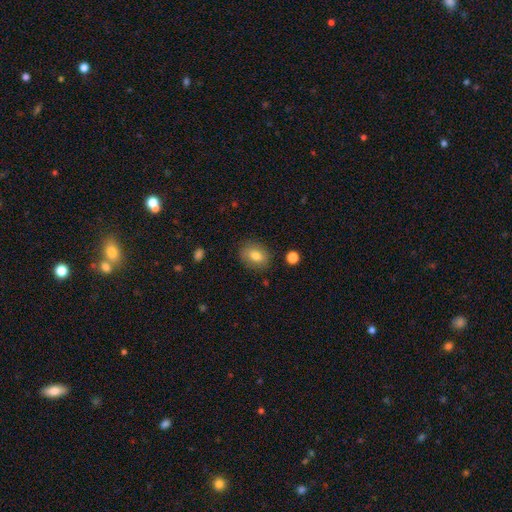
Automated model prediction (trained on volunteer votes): Morphology: type=smooth (79%); roundness=in between (64%); merging=none (83%).